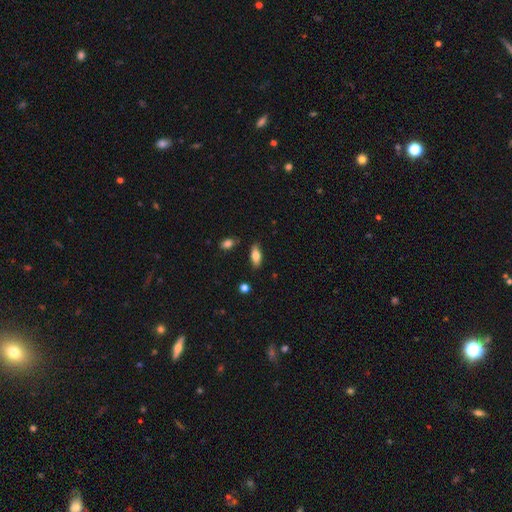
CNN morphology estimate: This is likely a smooth galaxy (76%). How rounded: likely in between (79%). Merging: clearly none (84%).